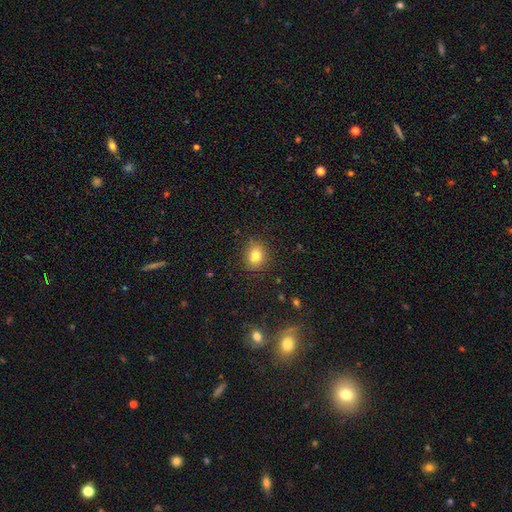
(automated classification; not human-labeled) Morphology: type=smooth (79%); roundness=round (63%); merging=none (86%).